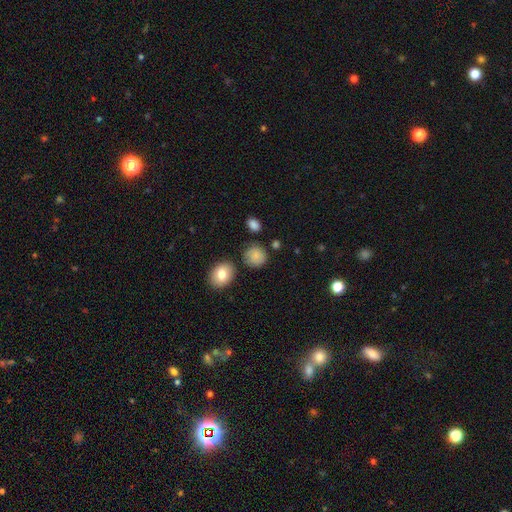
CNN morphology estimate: A smooth galaxy with no disk features (84%) that is round (85%). Merging: none (77%).